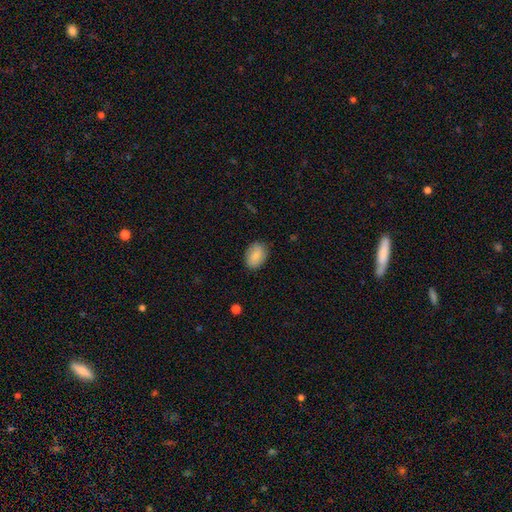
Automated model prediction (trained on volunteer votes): Smooth or featured? smooth (86%)
How rounded? in between (83%)
Merging? none (83%)